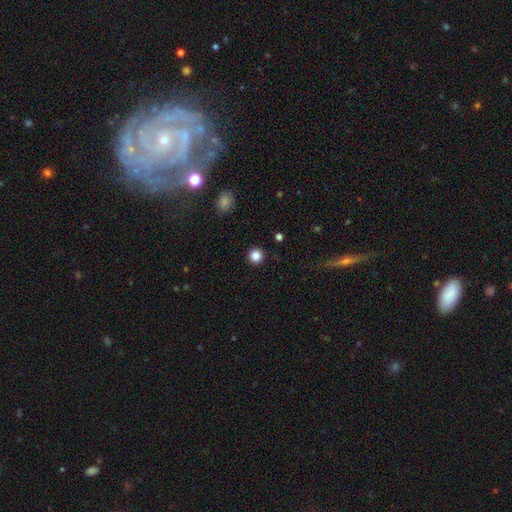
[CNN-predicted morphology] Smooth or featured? Predicted: smooth (p=0.84). How rounded? Predicted: round (p=0.95). Merging? Predicted: none (p=0.93).